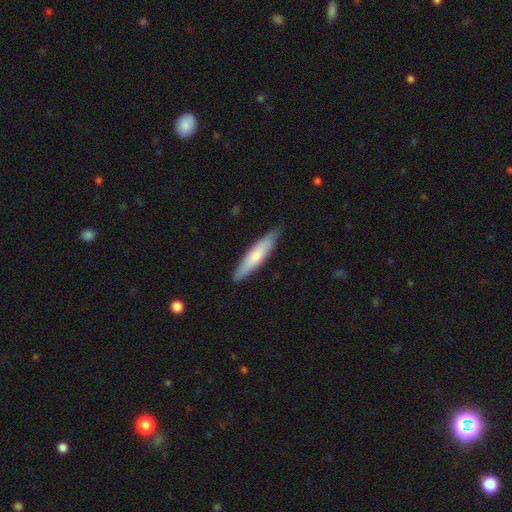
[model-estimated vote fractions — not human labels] smooth_or_featured: smooth (p=0.68) [alt: featured or disk p=0.27]
how_rounded: cigar-shaped (p=0.82) [alt: in between p=0.16]
merging: none (p=0.84) [alt: minor disturbance p=0.13]